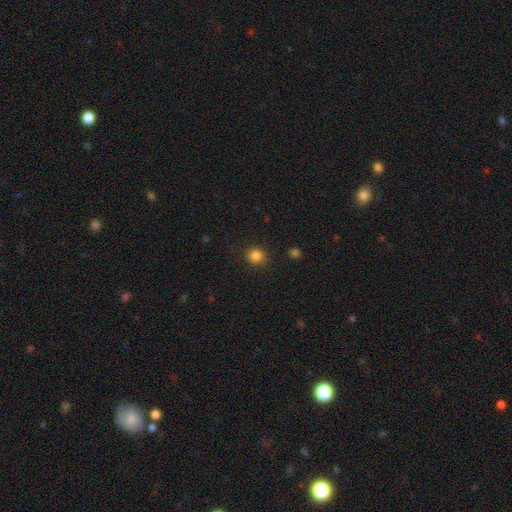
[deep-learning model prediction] Smooth or featured: smooth — 84% (star or artifact — 12%)
How rounded: round — 88% (in between — 11%)
Merging: none — 89% (minor disturbance — 7%)